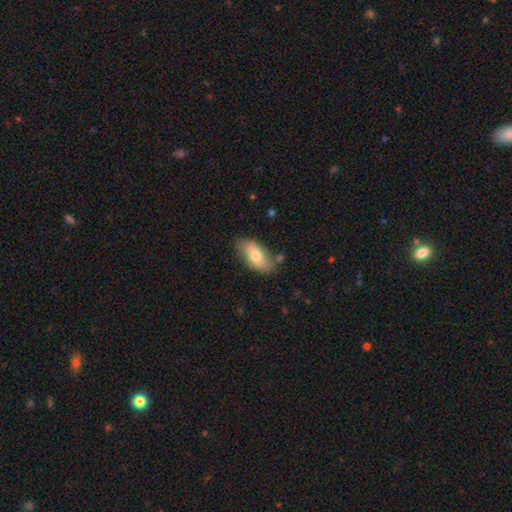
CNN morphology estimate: Overall: smooth (66%; featured or disk 27%). How rounded: in between (91%). Merging: none (72%).